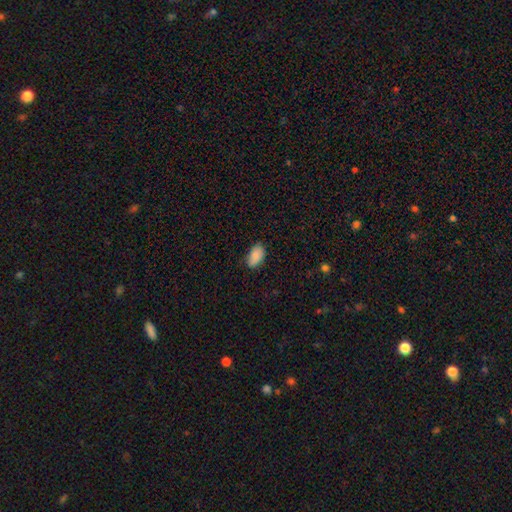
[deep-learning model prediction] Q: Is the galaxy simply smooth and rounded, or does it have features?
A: smooth — 85%.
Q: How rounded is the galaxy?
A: in between — 93%.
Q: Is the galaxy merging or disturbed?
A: none — 70%.